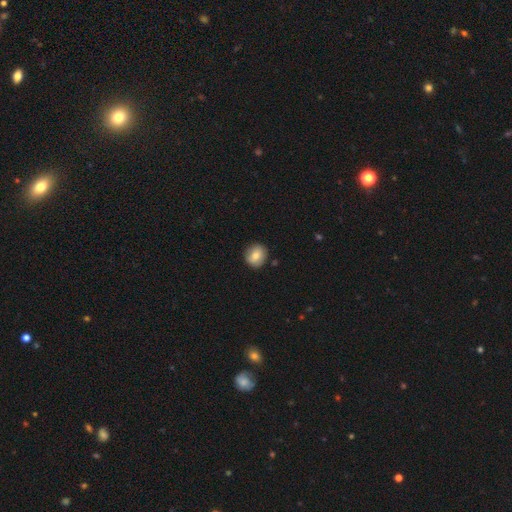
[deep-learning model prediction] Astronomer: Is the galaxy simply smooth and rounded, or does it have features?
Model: smooth — 77%.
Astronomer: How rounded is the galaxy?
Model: round — 83%.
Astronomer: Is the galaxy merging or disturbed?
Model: none — 85%.